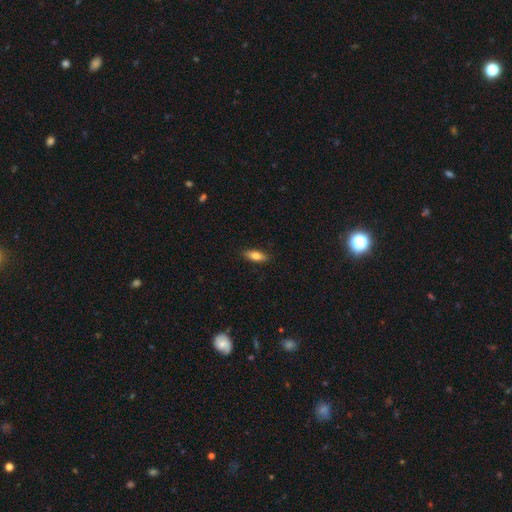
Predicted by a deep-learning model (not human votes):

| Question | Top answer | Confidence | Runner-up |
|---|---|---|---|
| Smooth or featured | smooth | 77% | featured or disk (16%) |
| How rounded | in between | 72% | cigar-shaped (25%) |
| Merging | none | 88% | minor disturbance (9%) |